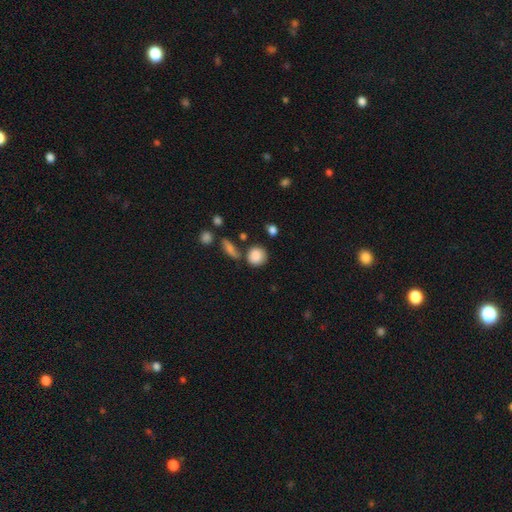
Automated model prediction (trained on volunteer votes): This appears to be a smooth galaxy with no disk features (86%) that is round (85%). Merging: none (73%).